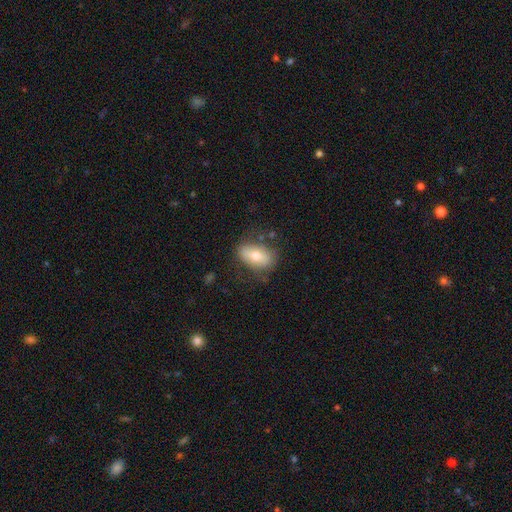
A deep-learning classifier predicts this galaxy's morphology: The model was most divided on "smooth or featured": smooth: 66%, featured or disk: 27%, star or artifact: 7%. More confident: how rounded — in between (87%); merging — none (72%).